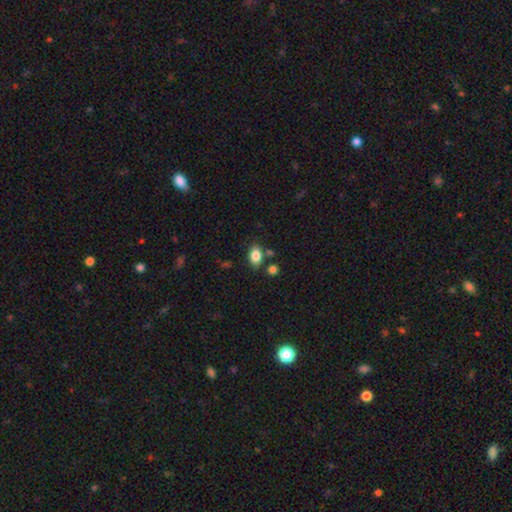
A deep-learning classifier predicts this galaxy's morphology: A smooth galaxy with no disk features (84%) that is in between round and cigar-shaped (86%). Merging: none (74%).